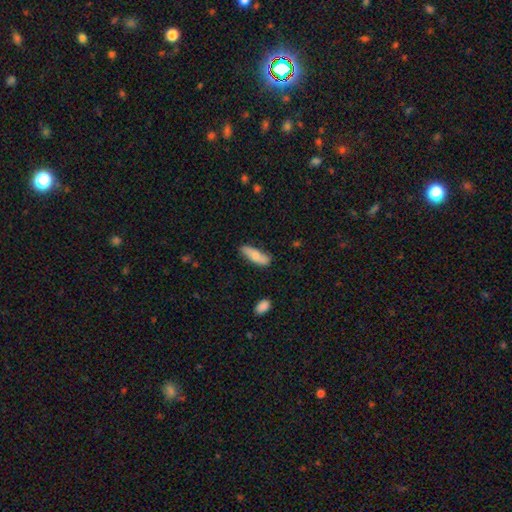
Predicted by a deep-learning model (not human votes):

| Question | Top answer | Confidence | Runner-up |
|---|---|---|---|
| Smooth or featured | smooth | 73% | featured or disk (21%) |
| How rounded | in between | 54% | cigar-shaped (44%) |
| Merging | none | 74% | minor disturbance (20%) |